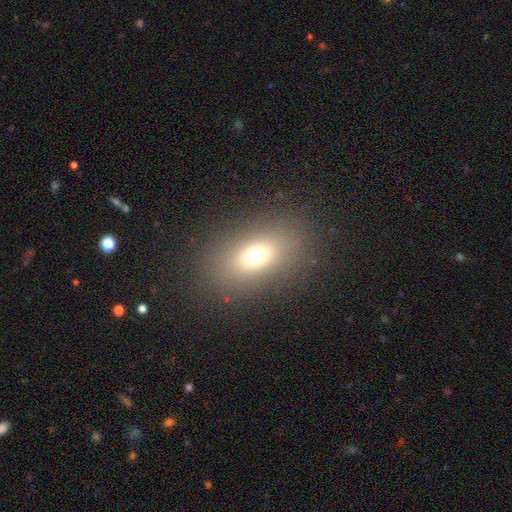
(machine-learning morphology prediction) A smooth galaxy with no disk features (68%) that is in between round and cigar-shaped (76%).

Vote fractions:
- Smooth or featured? smooth: 68% / star or artifact: 17% / featured or disk: 16%
- How rounded? in between: 76% / round: 19% / cigar-shaped: 5%
- Merging? none: 85% / minor disturbance: 8% / major disturbance: 5% / merger: 1%